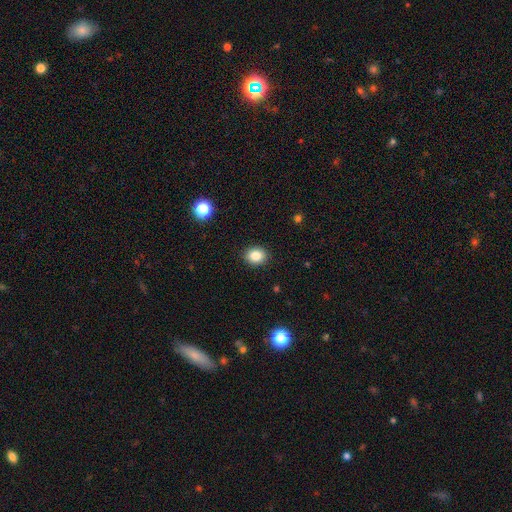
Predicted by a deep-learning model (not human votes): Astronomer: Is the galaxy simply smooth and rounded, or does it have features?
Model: smooth — 84%.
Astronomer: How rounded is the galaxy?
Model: round — 56% (runner-up: in between, 43%).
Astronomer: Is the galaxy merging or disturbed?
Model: none — 90%.